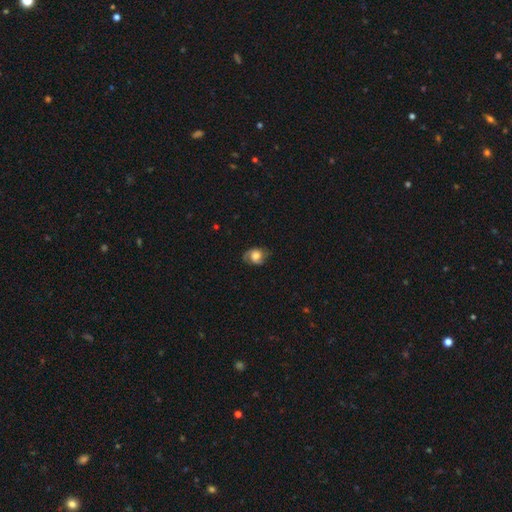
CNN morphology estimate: smooth 47%, featured or disk 44%, star or artifact 9%. Down the decision tree: merging — none (67%).